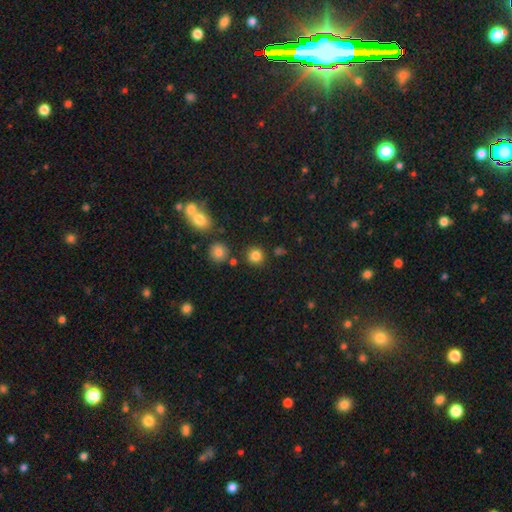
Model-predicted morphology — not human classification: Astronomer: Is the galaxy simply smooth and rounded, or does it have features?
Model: smooth — 82%.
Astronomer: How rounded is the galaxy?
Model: round — 89%.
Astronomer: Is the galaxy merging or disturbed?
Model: none — 83%.